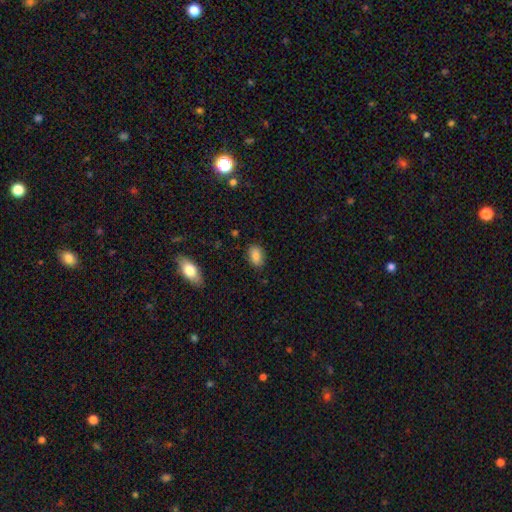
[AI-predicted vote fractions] smooth 85%, star or artifact 8%, featured or disk 7%. Down the decision tree: how rounded — in between (86%); merging — none (84%).